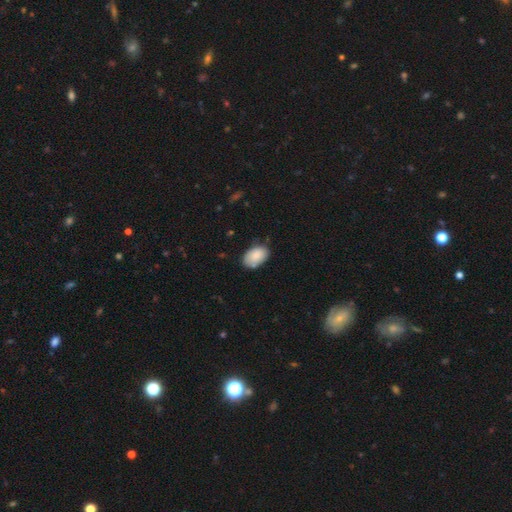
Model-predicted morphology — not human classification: type=smooth (86%); roundness=in between (90%); merging=none (68%).